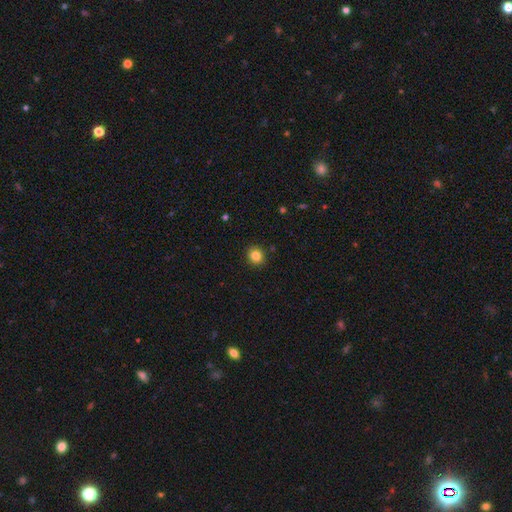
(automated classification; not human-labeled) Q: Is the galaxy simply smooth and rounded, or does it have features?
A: smooth — 83%.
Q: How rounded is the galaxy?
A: round — 80%.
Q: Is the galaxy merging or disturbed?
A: none — 91%.